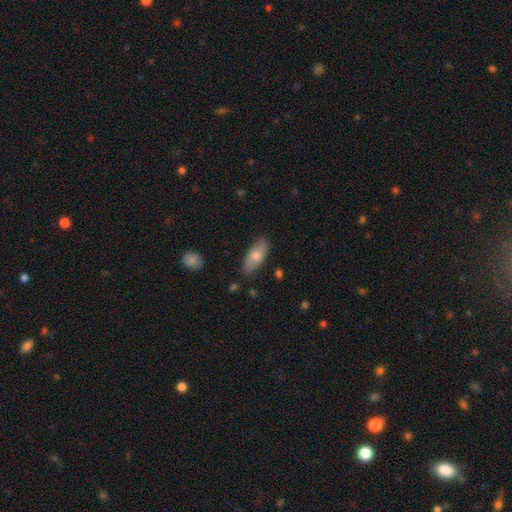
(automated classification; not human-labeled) A smooth galaxy with no disk features (69%) that is in between round and cigar-shaped (84%).

Vote fractions:
- Smooth or featured? smooth: 69% / featured or disk: 24% / star or artifact: 7%
- How rounded? in between: 84% / cigar-shaped: 14% / round: 3%
- Merging? none: 83% / minor disturbance: 13% / major disturbance: 2% / merger: 2%